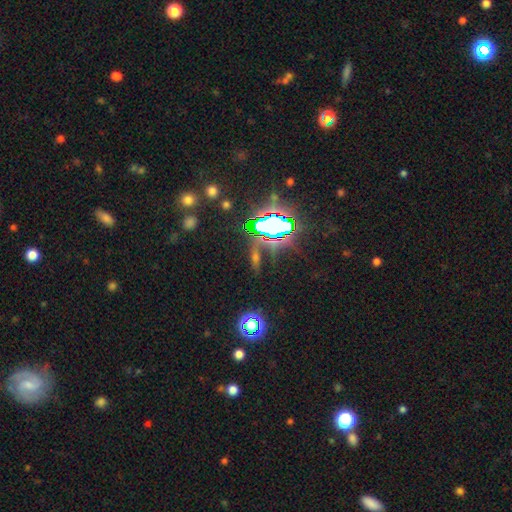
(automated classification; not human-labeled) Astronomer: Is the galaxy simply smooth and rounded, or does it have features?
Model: star or artifact — 63%.